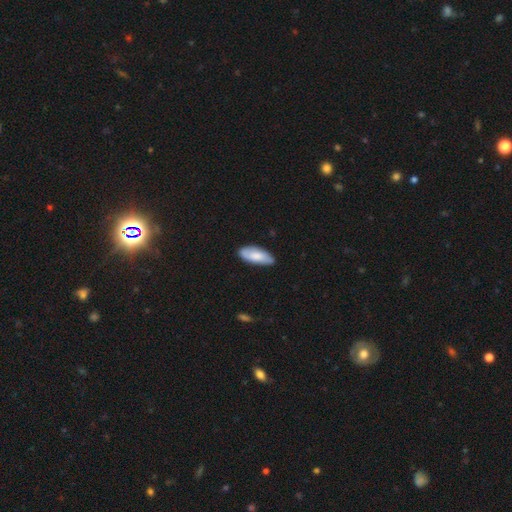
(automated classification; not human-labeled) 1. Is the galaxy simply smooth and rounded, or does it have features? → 77% smooth, 17% featured or disk, 5% star or artifact.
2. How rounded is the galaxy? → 81% in between, 18% cigar-shaped, 2% round.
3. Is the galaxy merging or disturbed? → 83% none, 14% minor disturbance, 2% major disturbance, 1% merger.